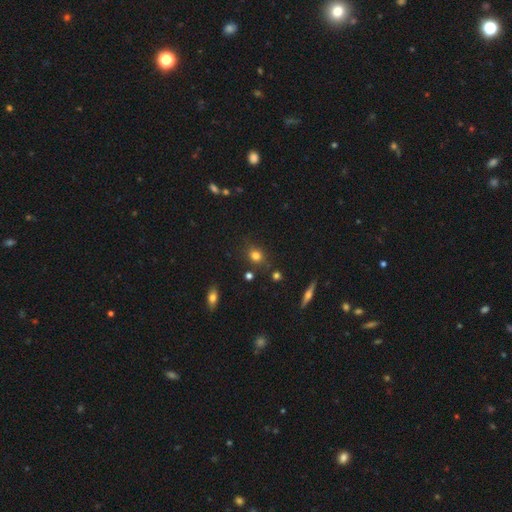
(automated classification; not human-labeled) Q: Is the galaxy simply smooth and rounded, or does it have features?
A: smooth — 78%.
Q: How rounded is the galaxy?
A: round — 68%.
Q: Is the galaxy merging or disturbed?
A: none — 80%.